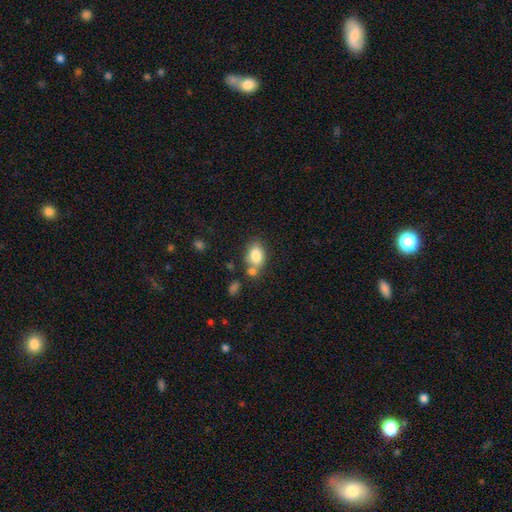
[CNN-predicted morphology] Smooth or featured? Predicted: smooth (p=0.81). How rounded? Predicted: in between (p=0.81). Merging? Predicted: none (p=0.55).